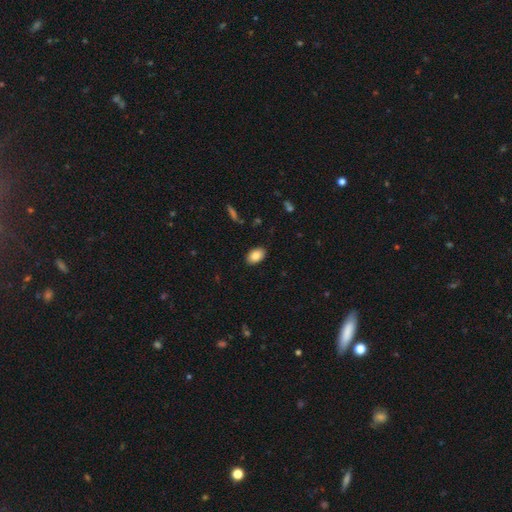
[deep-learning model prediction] Overall: smooth (86%). How rounded: in between (90%). Merging: none (88%).